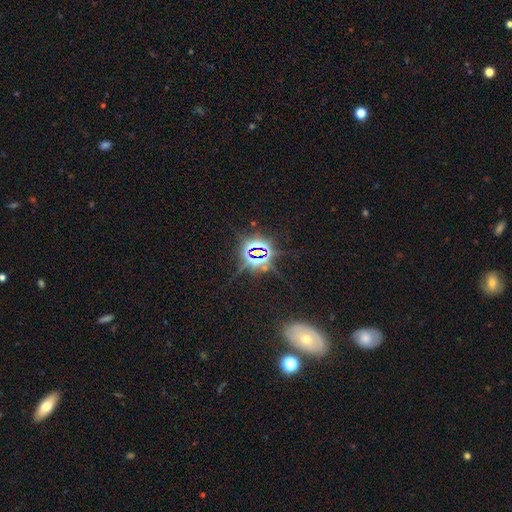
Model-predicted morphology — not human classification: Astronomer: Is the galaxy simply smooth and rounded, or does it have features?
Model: star or artifact — 85%.